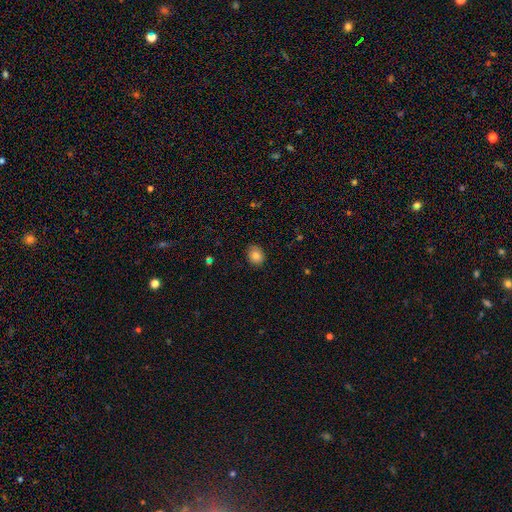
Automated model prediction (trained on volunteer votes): Smooth or featured? Predicted: smooth (p=0.82). How rounded? Predicted: round (p=0.53). Merging? Predicted: none (p=0.86).